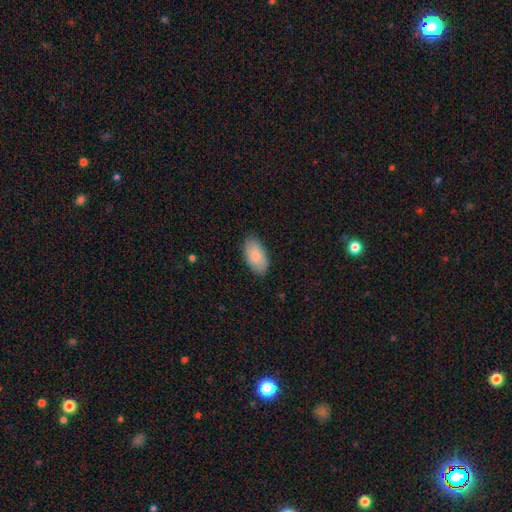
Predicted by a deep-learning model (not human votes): smooth 84%, featured or disk 10%, star or artifact 6%. Down the decision tree: how rounded — in between (95%); merging — none (85%).